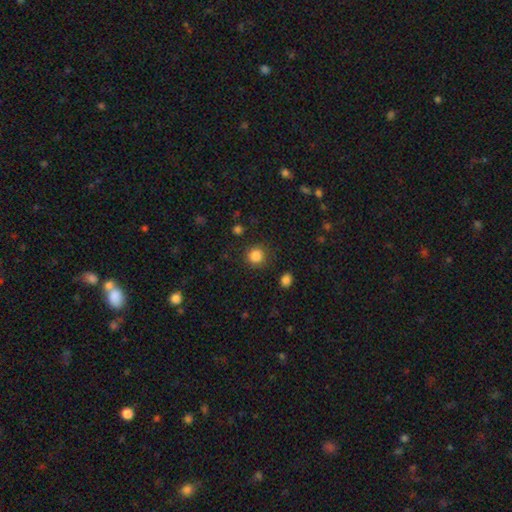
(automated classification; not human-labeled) Smooth or featured: smooth — 84% (star or artifact — 12%)
How rounded: round — 93% (in between — 6%)
Merging: none — 88% (minor disturbance — 7%)